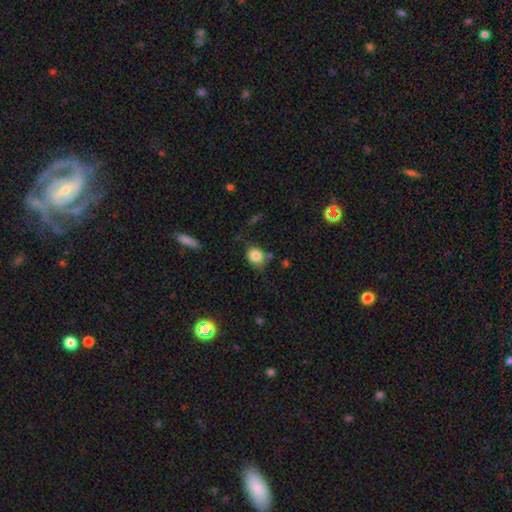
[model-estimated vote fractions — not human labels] smooth_or_featured: smooth (p=0.83) [alt: star or artifact p=0.09]
how_rounded: round (p=0.56) [alt: in between p=0.42]
merging: none (p=0.71) [alt: minor disturbance p=0.19]